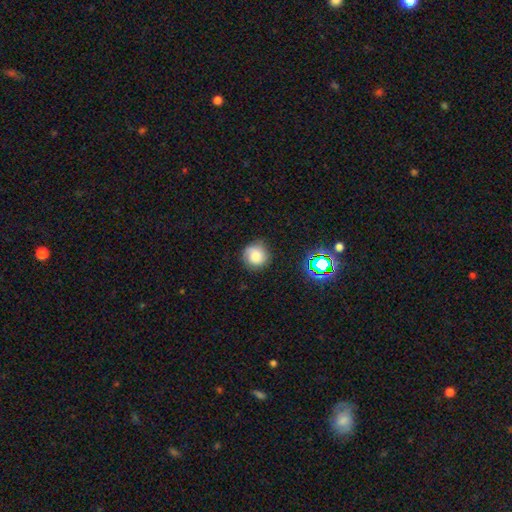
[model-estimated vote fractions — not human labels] A smooth galaxy with no disk features (69%) that is round (91%).

Vote fractions:
- Smooth or featured? smooth: 69% / featured or disk: 18% / star or artifact: 13%
- How rounded? round: 91% / in between: 8% / cigar-shaped: 1%
- Merging? none: 77% / minor disturbance: 17% / major disturbance: 4% / merger: 2%